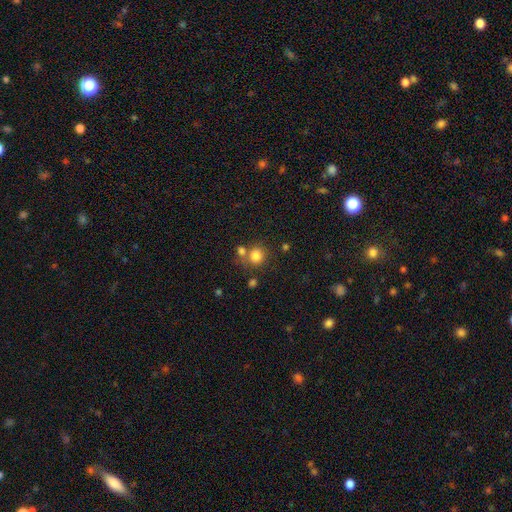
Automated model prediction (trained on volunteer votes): Smooth or featured? Predicted: smooth (p=0.81). How rounded? Predicted: round (p=0.87). Merging? Predicted: none (p=0.63).